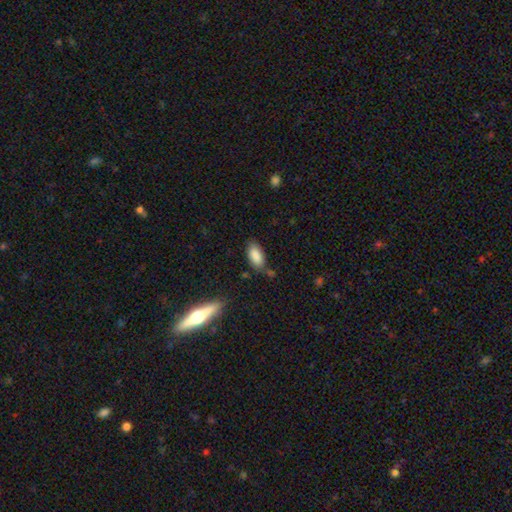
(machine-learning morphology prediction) Q: Smooth or featured?
A: smooth (87%); runner-up: star or artifact (7%)
Q: How rounded?
A: in between (90%); runner-up: cigar-shaped (8%)
Q: Merging?
A: none (73%); runner-up: minor disturbance (18%)